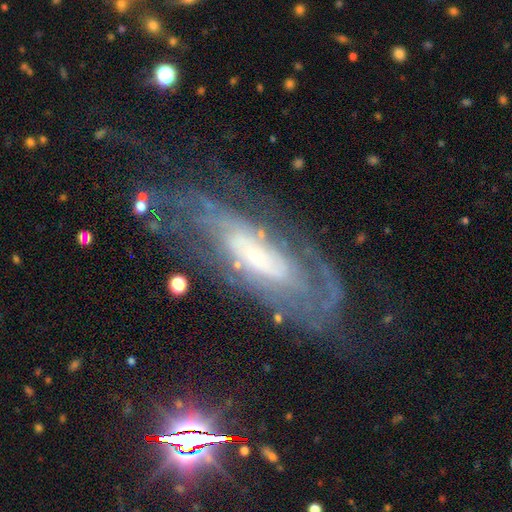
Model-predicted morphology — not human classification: This appears to be a featured or disk galaxy (82%) with no bar (54%), tight (55%) spiral arms (91%) and a small central bulge (46%). Merging: none (67%).